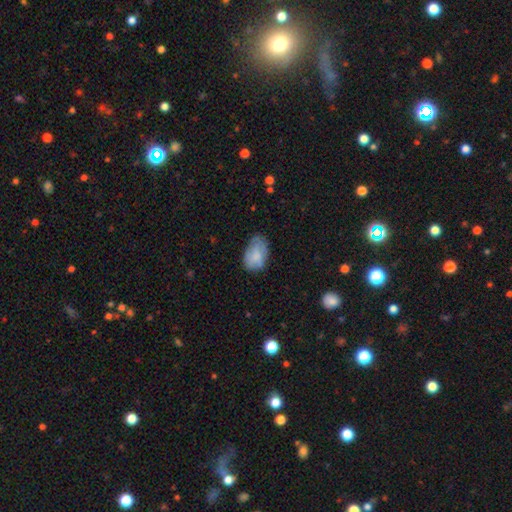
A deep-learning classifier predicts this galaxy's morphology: This is likely a smooth galaxy (72%). How rounded: clearly in between (89%). Merging: likely none (63%).